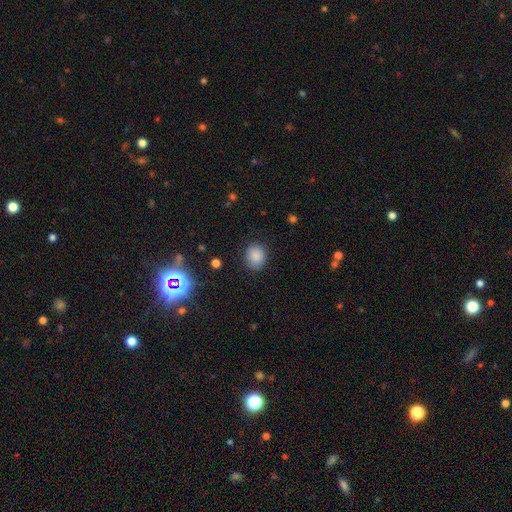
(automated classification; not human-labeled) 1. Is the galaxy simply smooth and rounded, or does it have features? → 85% smooth, 11% star or artifact, 4% featured or disk.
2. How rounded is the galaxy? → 68% round, 31% in between, 1% cigar-shaped.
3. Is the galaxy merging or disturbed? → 84% none, 11% minor disturbance, 3% major disturbance, 1% merger.